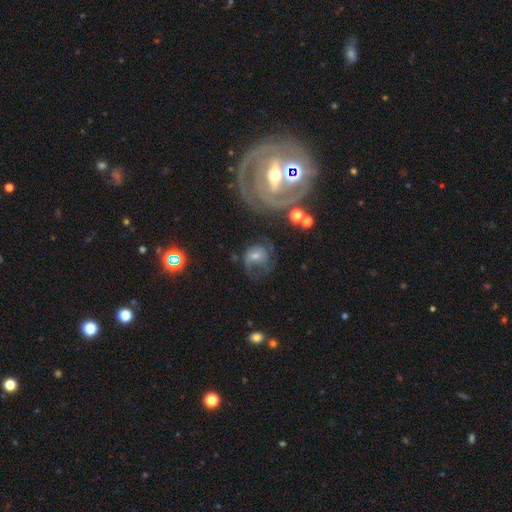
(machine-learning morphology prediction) This appears to be a featured or disk galaxy (55%) with no bar (56%), spiral arms (77%) and a moderate central bulge (43%). Merging: none (39%).